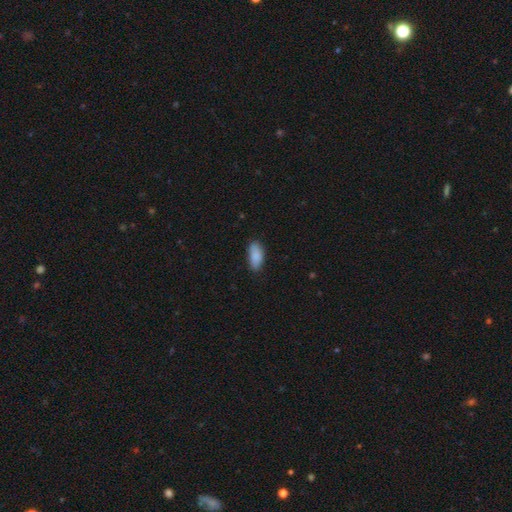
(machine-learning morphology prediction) smooth_or_featured: smooth (p=0.87) [alt: featured or disk p=0.06]
how_rounded: in between (p=0.88) [alt: cigar-shaped p=0.10]
merging: none (p=0.77) [alt: minor disturbance p=0.19]